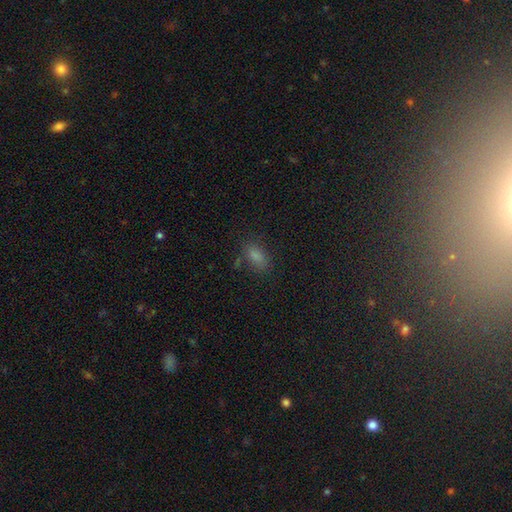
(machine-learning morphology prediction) smooth 65%, star or artifact 28%, featured or disk 8%. Down the decision tree: how rounded — in between (85%); merging — none (76%).